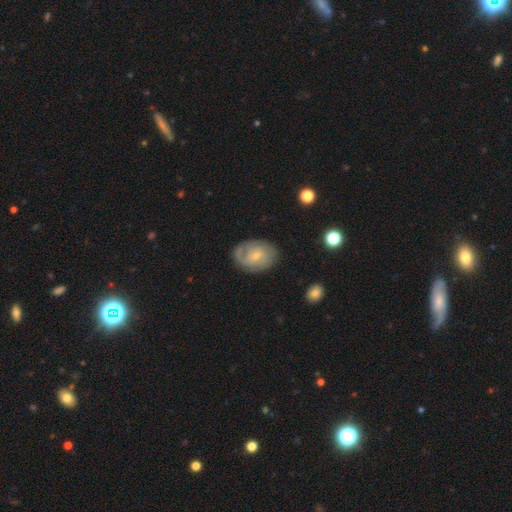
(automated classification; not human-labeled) smooth-or-featured: featured or disk: 66% | smooth: 28% | star or artifact: 6%
  disk-edge-on: no: 96% | yes: 4%
    bar: no: 61% | weak: 34% | strong: 5%
    has-spiral-arms: yes: 82% | no: 18%
      spiral-winding: tight: 56% | medium: 32% | loose: 12%
      spiral-arm-count: 2: 39% | can't tell: 33% | 1: 17% | 3: 6% | 4: 2% | more than 4: 2%
    bulge-size: small: 68% | moderate: 28% | none: 2% | large: 1% | dominant: 1%
  merging: none: 72% | minor disturbance: 19% | major disturbance: 7% | merger: 1%